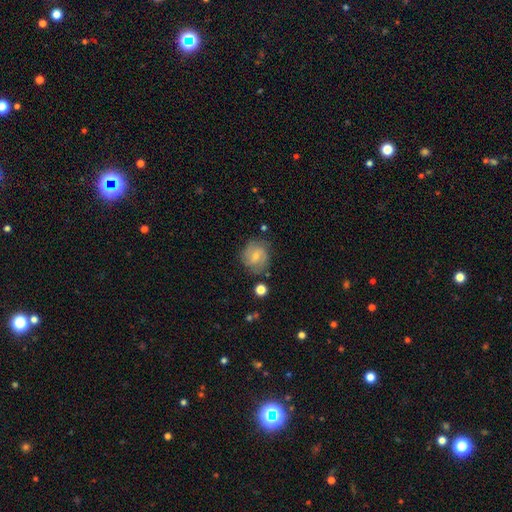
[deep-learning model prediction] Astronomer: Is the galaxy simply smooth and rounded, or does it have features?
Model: featured or disk — 56% (runner-up: smooth, 36%).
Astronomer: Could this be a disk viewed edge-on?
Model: no — 97%.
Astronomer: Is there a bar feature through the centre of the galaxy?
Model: weak — 53% (runner-up: no, 34%).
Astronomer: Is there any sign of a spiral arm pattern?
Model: yes — 87%.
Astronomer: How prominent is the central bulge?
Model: small — 54% (runner-up: moderate, 38%).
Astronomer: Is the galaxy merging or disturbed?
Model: none — 73%.